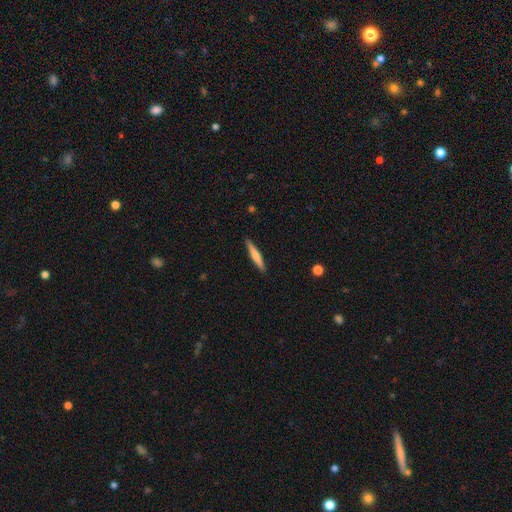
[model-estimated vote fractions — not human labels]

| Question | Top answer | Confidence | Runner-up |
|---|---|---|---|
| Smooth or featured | smooth | 59% | featured or disk (35%) |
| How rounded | cigar-shaped | 94% | in between (5%) |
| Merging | none | 90% | minor disturbance (7%) |